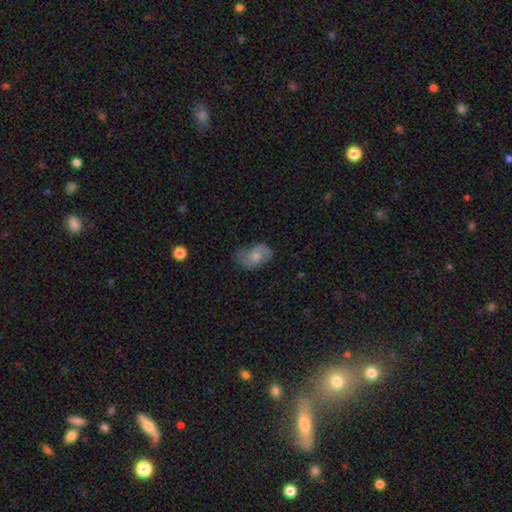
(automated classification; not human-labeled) The model was most divided on "smooth or featured": smooth: 54%, featured or disk: 38%, star or artifact: 8%. More confident: how rounded — in between (83%); merging — none (57%).